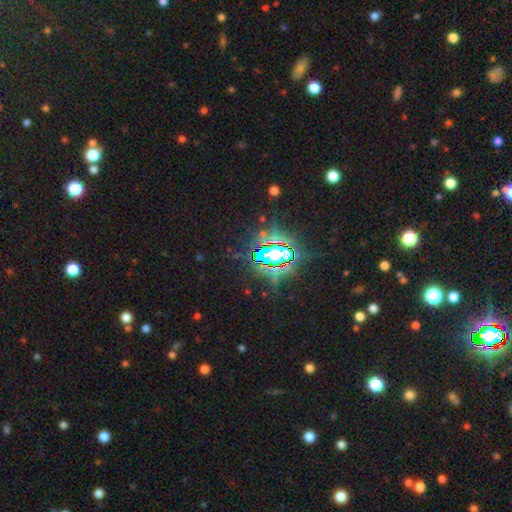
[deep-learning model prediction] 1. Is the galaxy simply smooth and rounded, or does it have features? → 81% star or artifact, 10% smooth, 9% featured or disk.